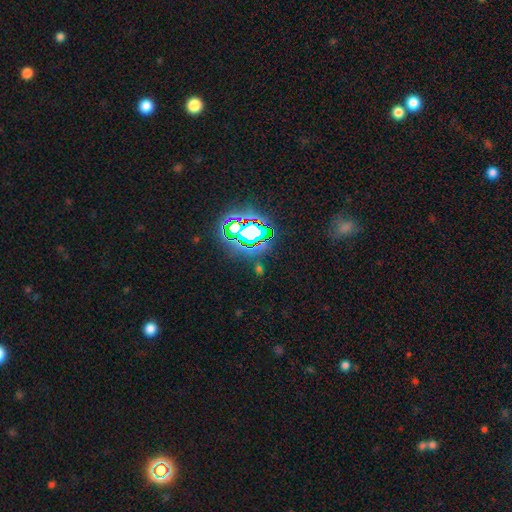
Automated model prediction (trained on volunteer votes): A star or artifact, not a galaxy (79%).